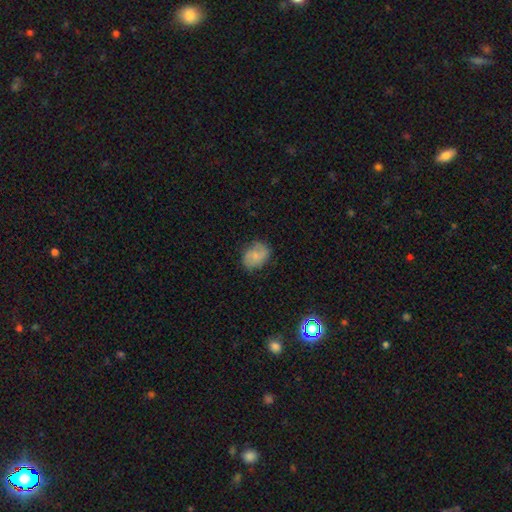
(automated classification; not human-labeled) A smooth galaxy with no disk features (64%) that is in between round and cigar-shaped (58%). Merging: none (67%).